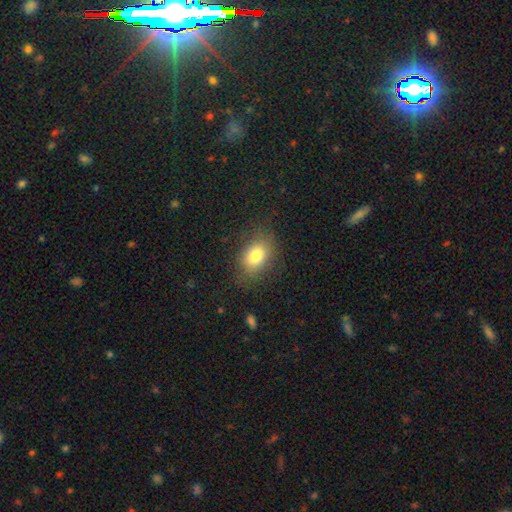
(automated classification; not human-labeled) Smooth or featured?
  - smooth: 78% *
  - featured or disk: 12%
  - star or artifact: 10%
How rounded?
  - in between: 79% *
  - round: 19%
  - cigar-shaped: 2%
Merging?
  - none: 76% *
  - minor disturbance: 16%
  - major disturbance: 7%
  - merger: 1%